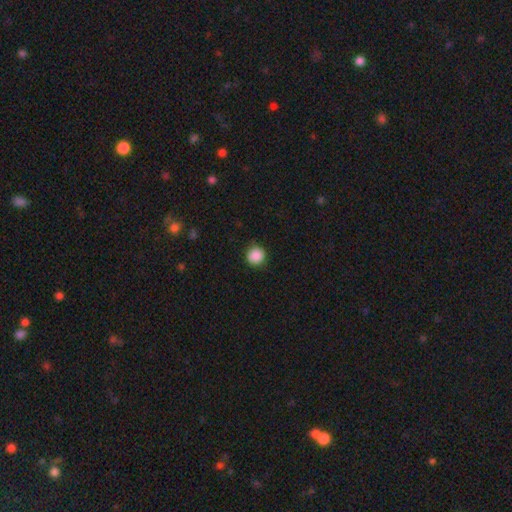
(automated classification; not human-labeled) A smooth galaxy with no disk features (88%) that is round (93%).

Vote fractions:
- Smooth or featured? smooth: 88% / star or artifact: 9% / featured or disk: 3%
- How rounded? round: 93% / in between: 6% / cigar-shaped: 1%
- Merging? none: 87% / minor disturbance: 9% / major disturbance: 2% / merger: 1%